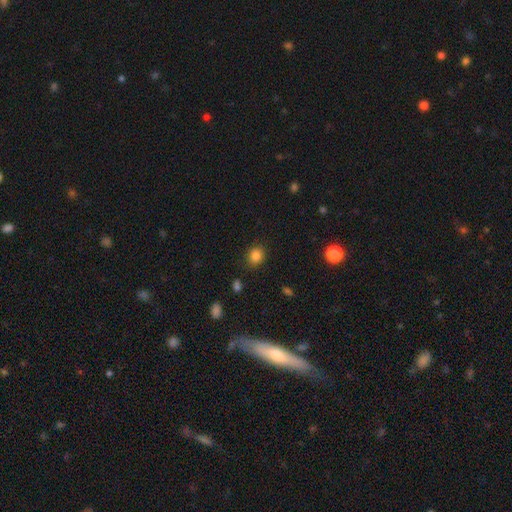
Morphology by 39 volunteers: smooth 95%, featured or disk 5%, star or artifact 0%. Down the decision tree: how rounded — round (59%); merging — none (95%).